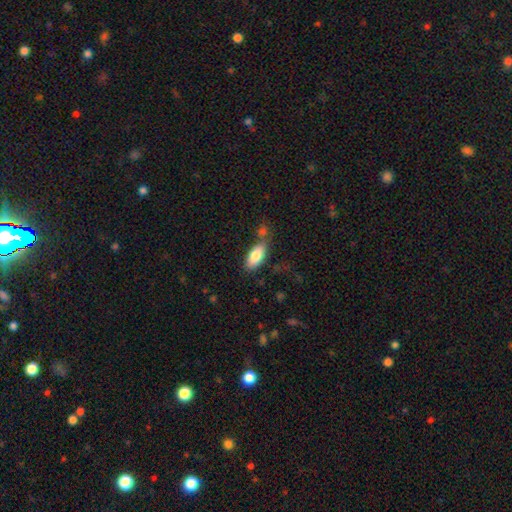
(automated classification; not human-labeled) Q: Smooth or featured?
A: smooth (84%); runner-up: featured or disk (10%)
Q: How rounded?
A: in between (89%); runner-up: cigar-shaped (8%)
Q: Merging?
A: none (62%); runner-up: minor disturbance (18%)